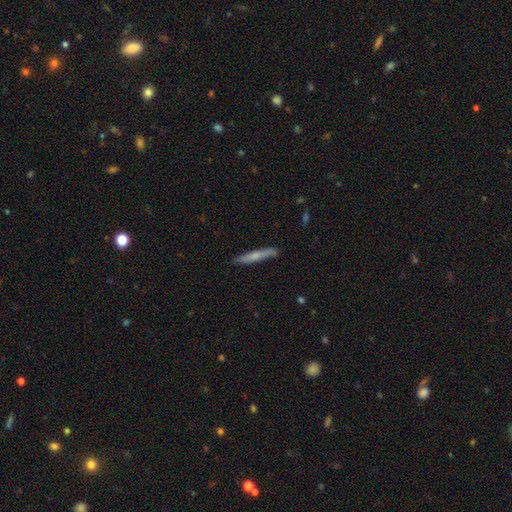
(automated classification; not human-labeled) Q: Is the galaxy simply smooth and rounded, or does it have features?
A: smooth — 55%.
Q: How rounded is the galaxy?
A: cigar-shaped — 94%.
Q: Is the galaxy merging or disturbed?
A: none — 85%.